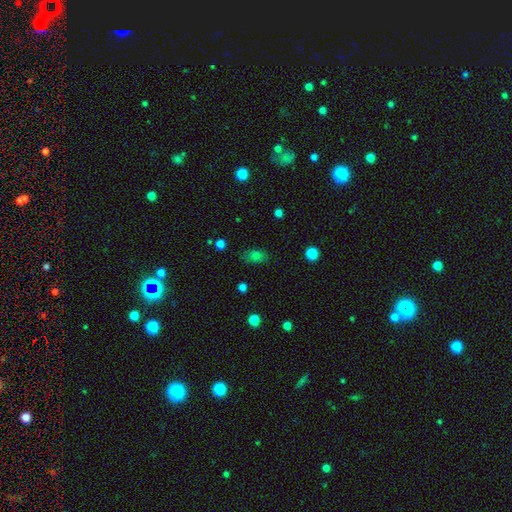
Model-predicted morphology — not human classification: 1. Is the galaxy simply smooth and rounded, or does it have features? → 76% smooth, 15% star or artifact, 9% featured or disk.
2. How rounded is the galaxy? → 82% in between, 15% round, 3% cigar-shaped.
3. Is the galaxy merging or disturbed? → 79% none, 15% minor disturbance, 5% major disturbance, 2% merger.